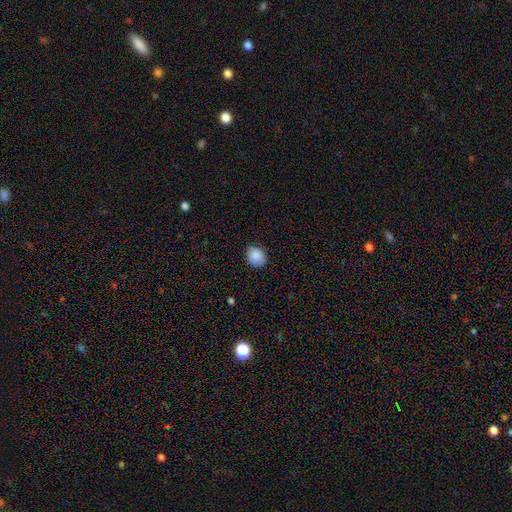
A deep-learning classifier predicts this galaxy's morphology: A smooth galaxy with no disk features (89%) that is round (63%).

Vote fractions:
- Smooth or featured? smooth: 89% / star or artifact: 8% / featured or disk: 3%
- How rounded? round: 63% / in between: 36% / cigar-shaped: 1%
- Merging? none: 85% / minor disturbance: 11% / major disturbance: 2% / merger: 1%